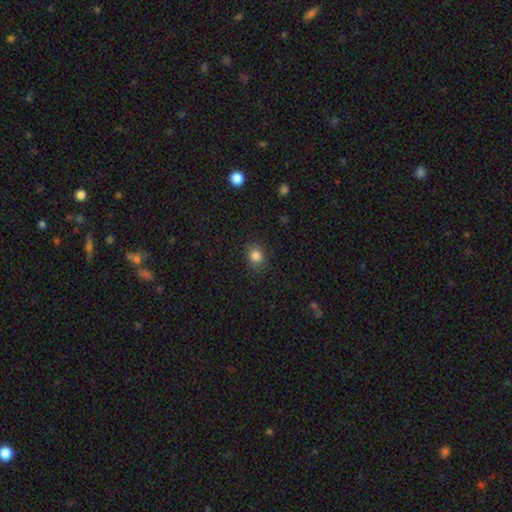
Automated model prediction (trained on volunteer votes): A smooth galaxy with no disk features (83%) that is round (58%). Merging: none (86%).